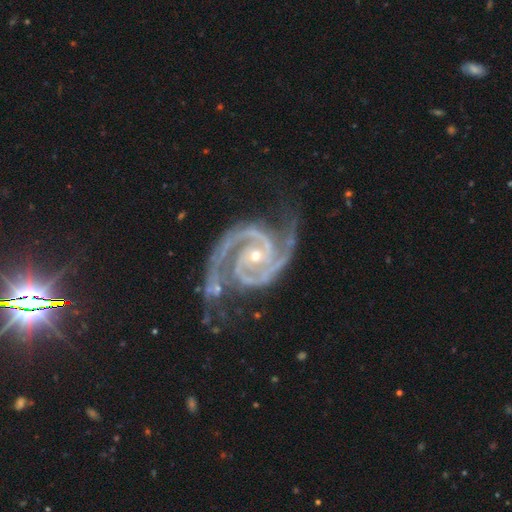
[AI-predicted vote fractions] smooth-or-featured: featured or disk: 94% | star or artifact: 4% | smooth: 2%
  disk-edge-on: no: 98% | yes: 2%
    bar: no: 58% | weak: 27% | strong: 16%
    has-spiral-arms: yes: 99% | no: 1%
      spiral-winding: tight: 48% | medium: 46% | loose: 6%
      spiral-arm-count: 2: 87% | 3: 6% | can't tell: 2% | 4: 2% | 1: 2% | more than 4: 2%
    bulge-size: small: 62% | moderate: 35% | large: 1% | none: 1% | dominant: 1%
  merging: none: 61% | minor disturbance: 24% | major disturbance: 12% | merger: 4%